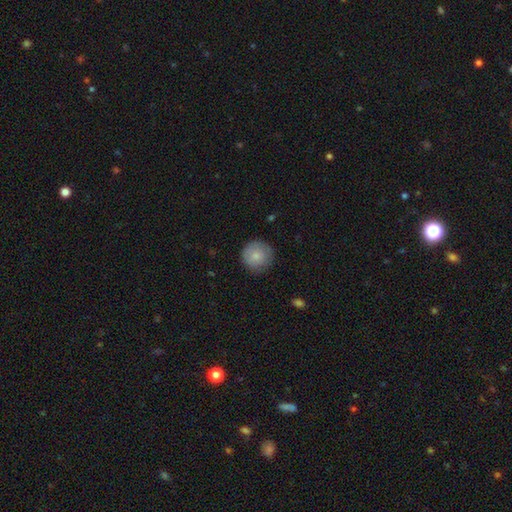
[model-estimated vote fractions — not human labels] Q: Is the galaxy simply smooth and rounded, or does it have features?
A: smooth — 82%.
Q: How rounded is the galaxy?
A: round — 95%.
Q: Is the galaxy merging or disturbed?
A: none — 84%.